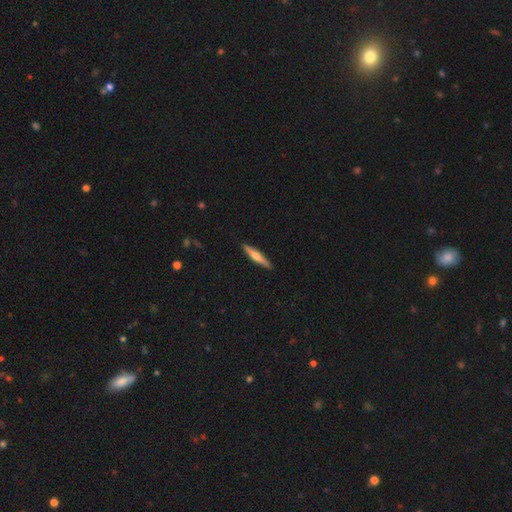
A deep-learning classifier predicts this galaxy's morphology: type=featured or disk (54%); edge-on=yes (97%); edge-on bulge=rounded (84%); merging=none (91%).